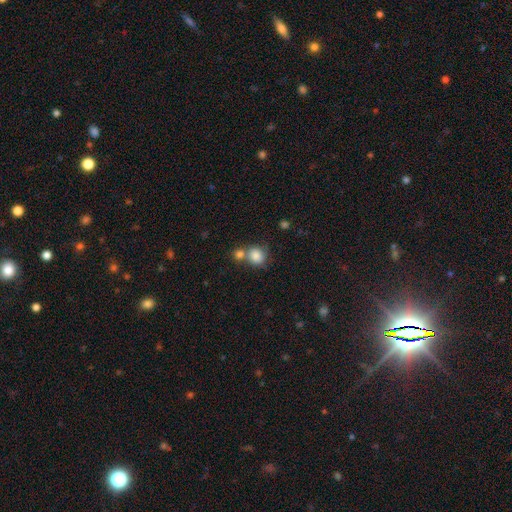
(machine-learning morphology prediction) A smooth galaxy with no disk features (83%) that is round (76%).

Vote fractions:
- Smooth or featured? smooth: 83% / star or artifact: 8% / featured or disk: 8%
- How rounded? round: 76% / in between: 23% / cigar-shaped: 1%
- Merging? merger: 43% / none: 39% / minor disturbance: 12% / major disturbance: 6%